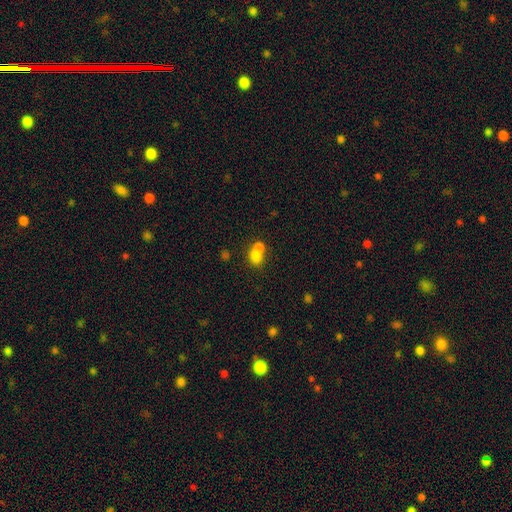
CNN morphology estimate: Overall: smooth (75%). How rounded: round (71%). Merging: merger (61%; none 31%).